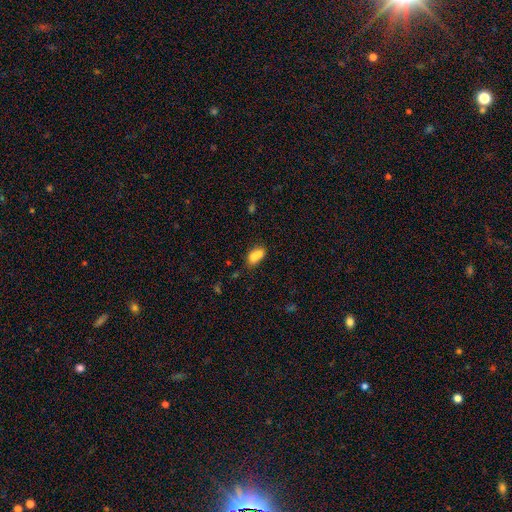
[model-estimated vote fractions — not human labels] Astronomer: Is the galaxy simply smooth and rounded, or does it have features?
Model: smooth — 70%.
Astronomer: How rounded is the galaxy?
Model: in between — 58% (runner-up: round, 39%).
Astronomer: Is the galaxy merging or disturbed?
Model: merger — 68%.